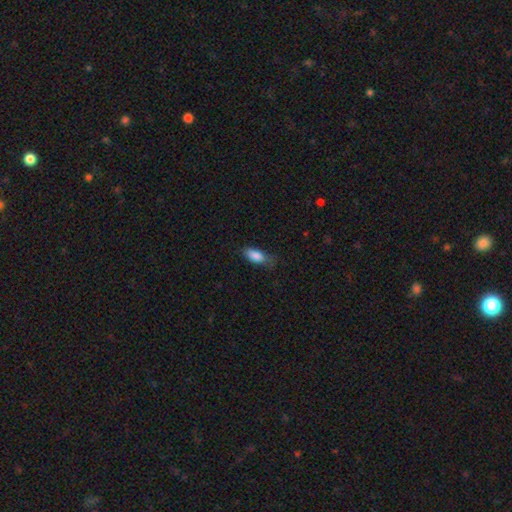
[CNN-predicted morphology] Q: Smooth or featured?
A: smooth (86%); runner-up: featured or disk (7%)
Q: How rounded?
A: in between (84%); runner-up: cigar-shaped (13%)
Q: Merging?
A: none (60%); runner-up: minor disturbance (30%)